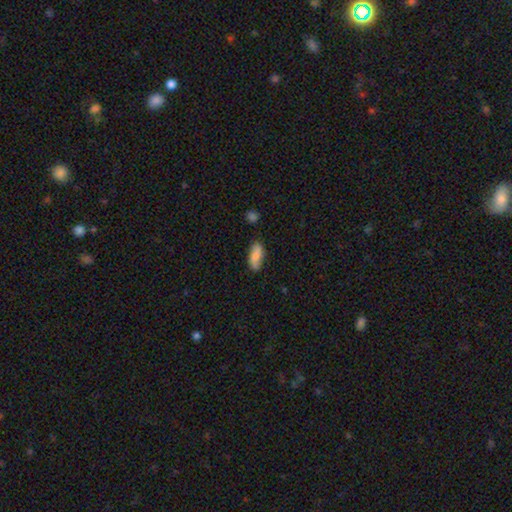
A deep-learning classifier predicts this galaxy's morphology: Smooth or featured?
  - smooth: 79% *
  - featured or disk: 14%
  - star or artifact: 7%
How rounded?
  - in between: 74% *
  - cigar-shaped: 23%
  - round: 3%
Merging?
  - none: 72% *
  - minor disturbance: 20%
  - major disturbance: 4%
  - merger: 4%